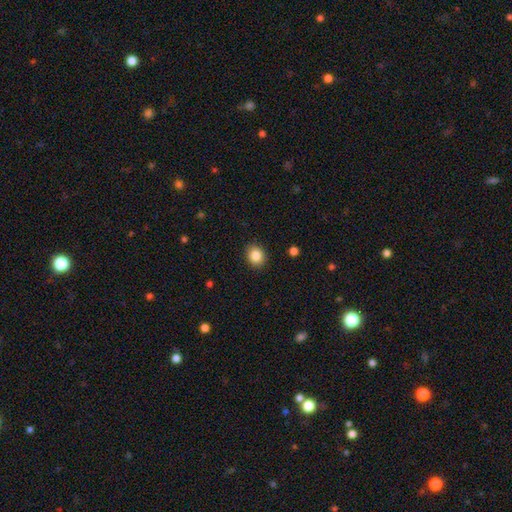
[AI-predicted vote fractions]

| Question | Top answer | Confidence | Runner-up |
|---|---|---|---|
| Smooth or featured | smooth | 86% | star or artifact (9%) |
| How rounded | round | 66% | in between (33%) |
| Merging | none | 90% | minor disturbance (7%) |